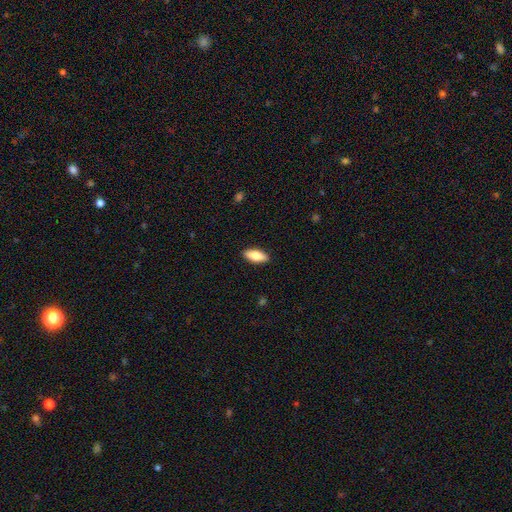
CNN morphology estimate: A smooth galaxy with no disk features (79%) that is in between round and cigar-shaped (79%).

Vote fractions:
- Smooth or featured? smooth: 79% / featured or disk: 15% / star or artifact: 6%
- How rounded? in between: 79% / cigar-shaped: 18% / round: 2%
- Merging? none: 90% / minor disturbance: 8% / major disturbance: 2% / merger: 1%